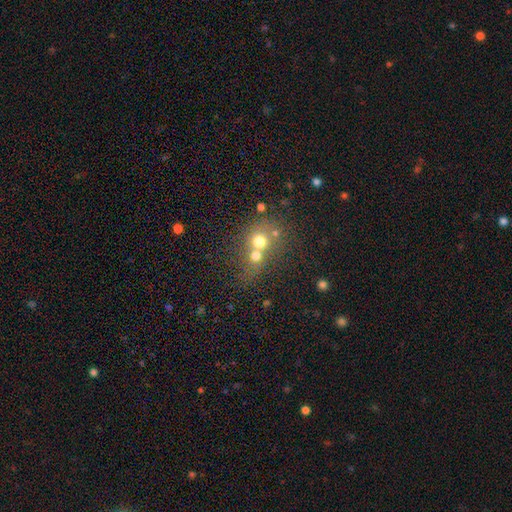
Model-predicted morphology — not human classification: Smooth or featured? Predicted: smooth (p=0.65). How rounded? Predicted: round (p=0.79). Merging? Predicted: merger (p=0.64).